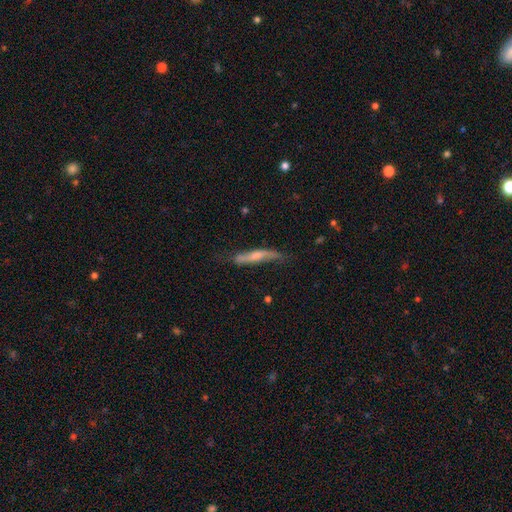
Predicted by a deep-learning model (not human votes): smooth-or-featured: featured or disk: 53% | smooth: 41% | star or artifact: 7%
  disk-edge-on: yes: 70% | no: 30%
  merging: none: 58% | minor disturbance: 29% | major disturbance: 10% | merger: 3%